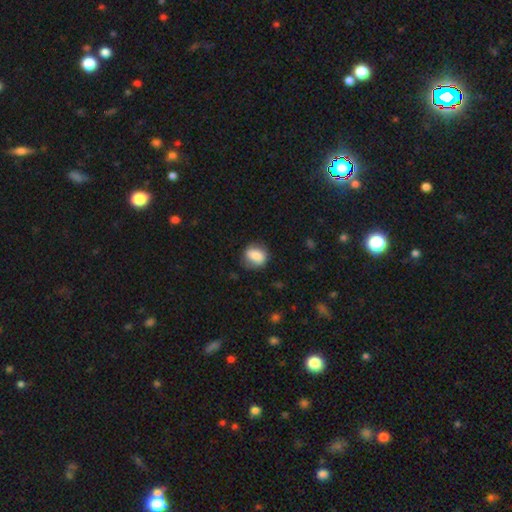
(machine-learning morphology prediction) smooth_or_featured: smooth (p=0.79) [alt: featured or disk p=0.13]
how_rounded: round (p=0.56) [alt: in between p=0.42]
merging: none (p=0.75) [alt: minor disturbance p=0.18]